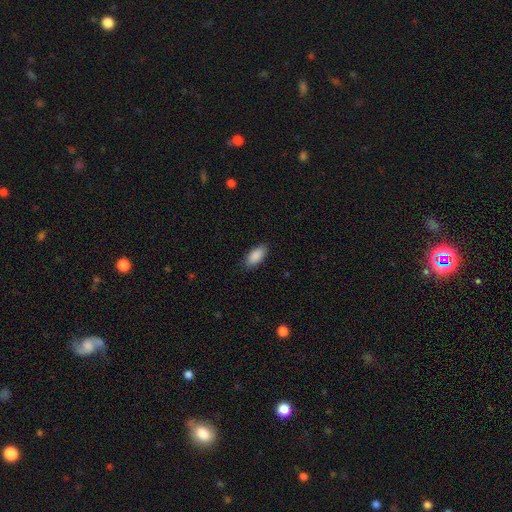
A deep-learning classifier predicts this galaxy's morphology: Smooth or featured?
  - smooth: 90% *
  - star or artifact: 6%
  - featured or disk: 4%
How rounded?
  - in between: 88% *
  - cigar-shaped: 10%
  - round: 2%
Merging?
  - none: 88% *
  - minor disturbance: 9%
  - major disturbance: 2%
  - merger: 1%